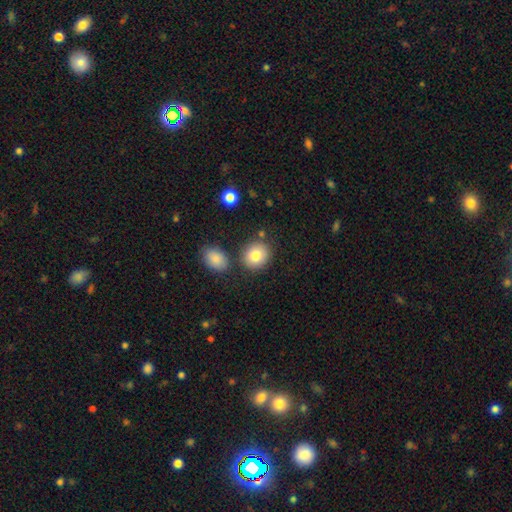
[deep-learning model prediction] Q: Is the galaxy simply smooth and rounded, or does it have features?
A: smooth — 82%.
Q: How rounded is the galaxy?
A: round — 74%.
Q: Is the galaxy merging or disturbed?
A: none — 77%.